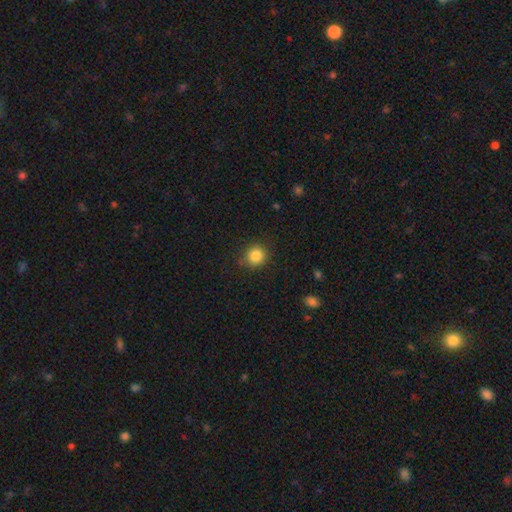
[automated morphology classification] The model was most divided on "merging": none: 84%, minor disturbance: 12%, major disturbance: 3%, merger: 1%. More confident: how rounded — round (88%); smooth or featured — smooth (84%).